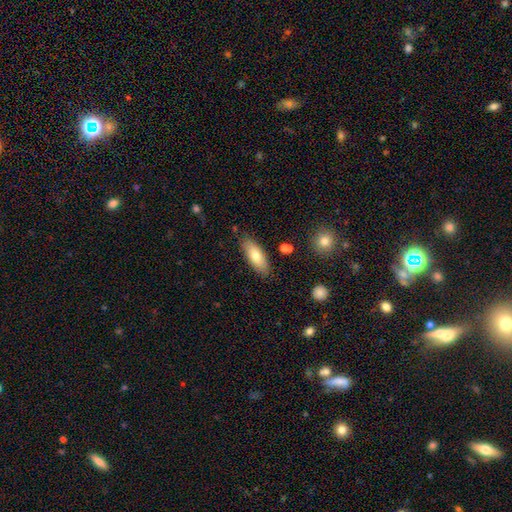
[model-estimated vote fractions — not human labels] Smooth or featured: smooth — 72% (featured or disk — 21%)
How rounded: in between — 74% (cigar-shaped — 24%)
Merging: none — 83% (minor disturbance — 12%)